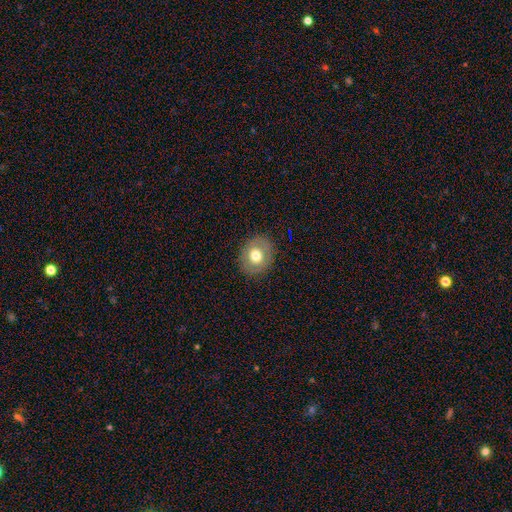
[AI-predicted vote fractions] smooth_or_featured: smooth (p=0.63) [alt: featured or disk p=0.28]
how_rounded: round (p=0.65) [alt: in between p=0.34]
merging: none (p=0.85) [alt: minor disturbance p=0.10]